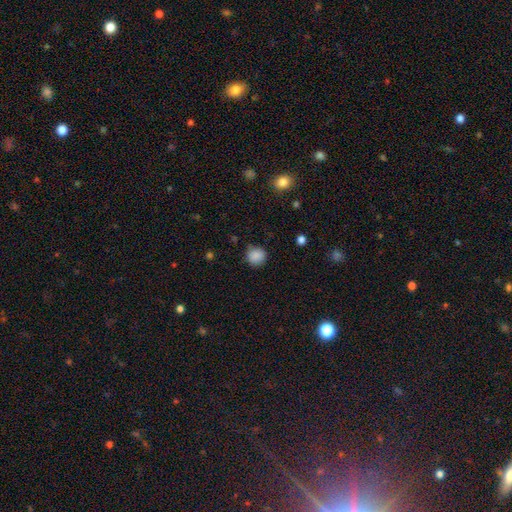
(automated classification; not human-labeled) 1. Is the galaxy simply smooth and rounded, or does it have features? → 87% smooth, 10% star or artifact, 3% featured or disk.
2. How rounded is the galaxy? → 89% round, 10% in between, 1% cigar-shaped.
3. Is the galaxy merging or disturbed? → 83% none, 13% minor disturbance, 3% major disturbance, 1% merger.